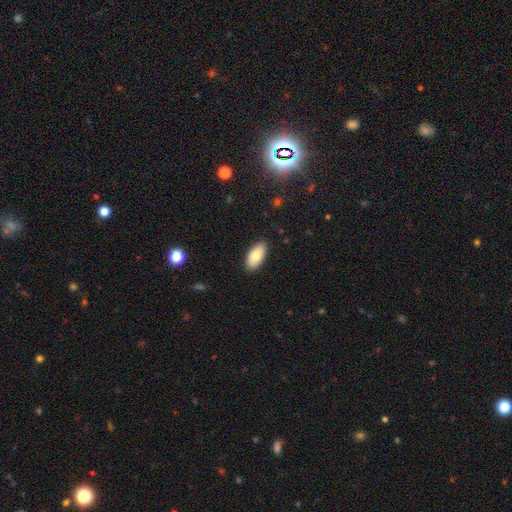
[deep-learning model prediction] Morphology: type=smooth (79%); roundness=in between (93%); merging=none (88%).